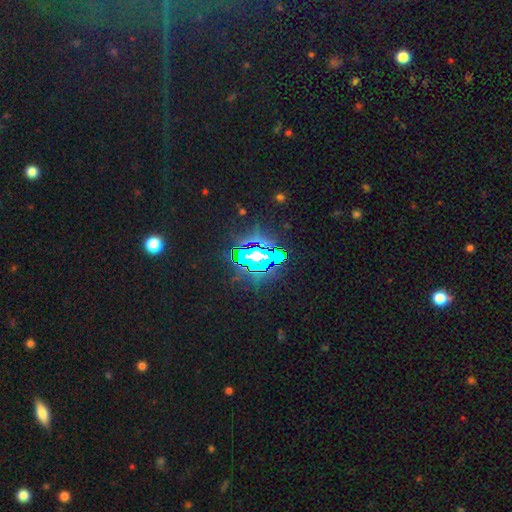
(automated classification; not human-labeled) Q: Smooth or featured?
A: star or artifact (71%); runner-up: smooth (15%)